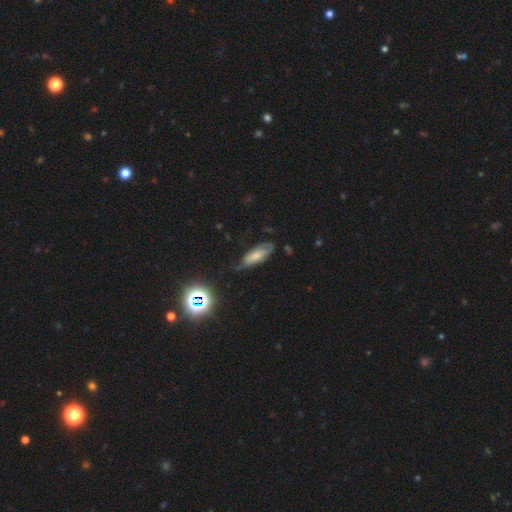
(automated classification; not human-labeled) Smooth or featured?
  - featured or disk: 46% *
  - smooth: 42%
  - star or artifact: 11%
Merging?
  - none: 50% *
  - minor disturbance: 31%
  - major disturbance: 16%
  - merger: 2%